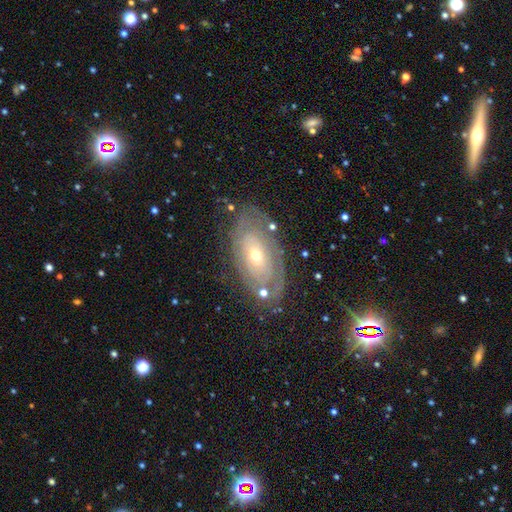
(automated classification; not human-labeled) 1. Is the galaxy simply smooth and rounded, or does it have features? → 74% featured or disk, 19% smooth, 7% star or artifact.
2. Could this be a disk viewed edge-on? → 92% no, 8% yes.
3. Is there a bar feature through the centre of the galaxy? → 80% no, 16% weak, 5% strong.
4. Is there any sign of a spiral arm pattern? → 69% yes, 31% no.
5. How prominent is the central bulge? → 51% small, 45% moderate, 2% large, 1% dominant, 1% none.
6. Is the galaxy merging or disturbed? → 71% none, 18% minor disturbance, 9% major disturbance, 3% merger.